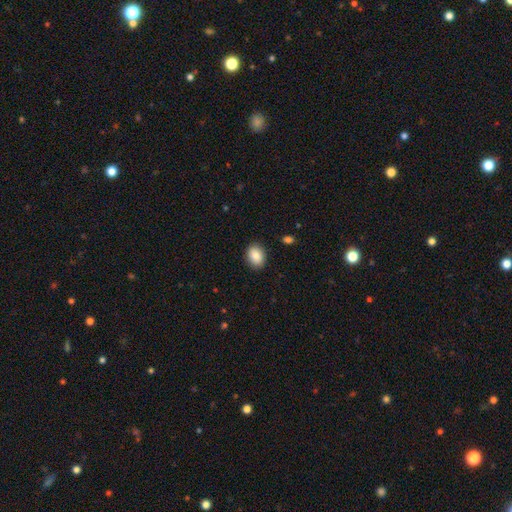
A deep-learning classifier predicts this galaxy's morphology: Q: Smooth or featured?
A: smooth (87%); runner-up: star or artifact (8%)
Q: How rounded?
A: in between (69%); runner-up: round (30%)
Q: Merging?
A: none (89%); runner-up: minor disturbance (8%)